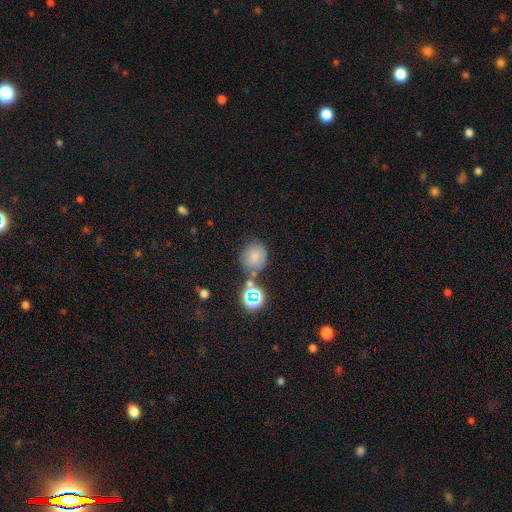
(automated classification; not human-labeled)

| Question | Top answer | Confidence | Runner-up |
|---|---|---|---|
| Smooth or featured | smooth | 72% | star or artifact (19%) |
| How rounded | round | 80% | in between (19%) |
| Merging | none | 64% | minor disturbance (16%) |